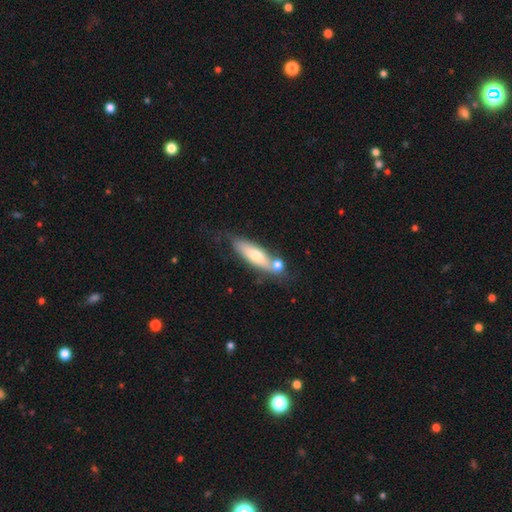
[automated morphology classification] A smooth galaxy with no disk features (55%) that is cigar-shaped (55%). Merging: none (51%).